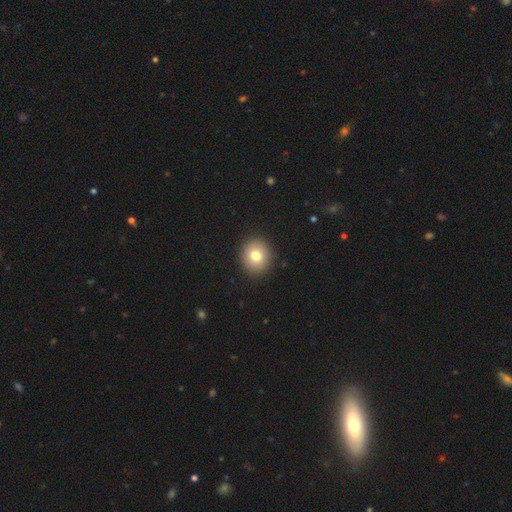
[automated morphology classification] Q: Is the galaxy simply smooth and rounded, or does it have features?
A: smooth — 78%.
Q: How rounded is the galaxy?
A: round — 86%.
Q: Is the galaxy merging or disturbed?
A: none — 92%.